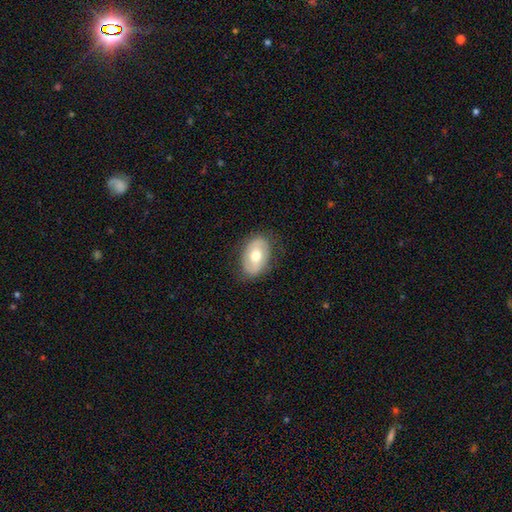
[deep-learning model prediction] smooth 58%, featured or disk 36%, star or artifact 6%. Down the decision tree: how rounded — in between (86%); merging — none (81%).